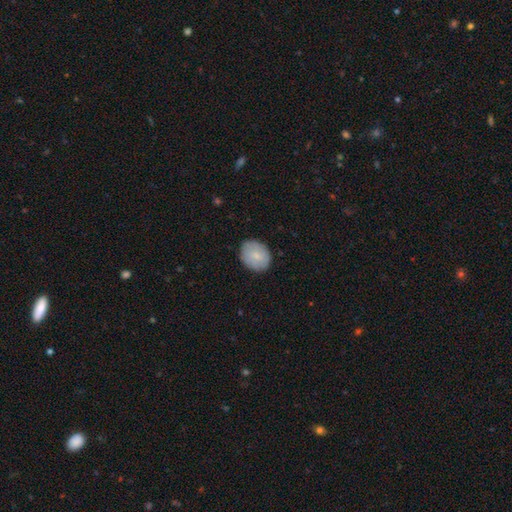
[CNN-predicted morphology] A smooth galaxy with no disk features (78%) that is round (51%).

Vote fractions:
- Smooth or featured? smooth: 78% / featured or disk: 15% / star or artifact: 6%
- How rounded? round: 51% / in between: 48% / cigar-shaped: 1%
- Merging? none: 83% / minor disturbance: 14% / major disturbance: 3% / merger: 1%